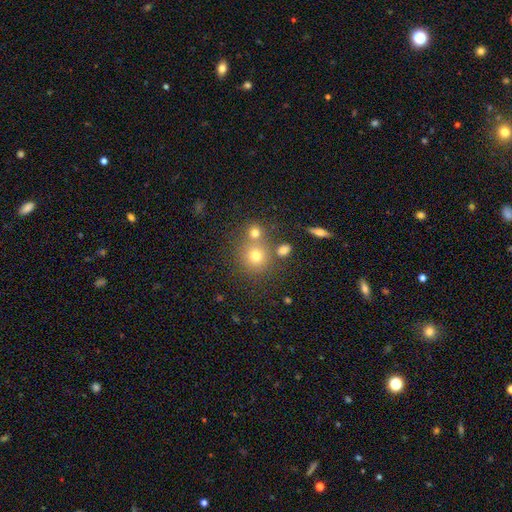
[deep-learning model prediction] Smooth or featured? smooth (73%)
How rounded? round (87%)
Merging? none (63%)